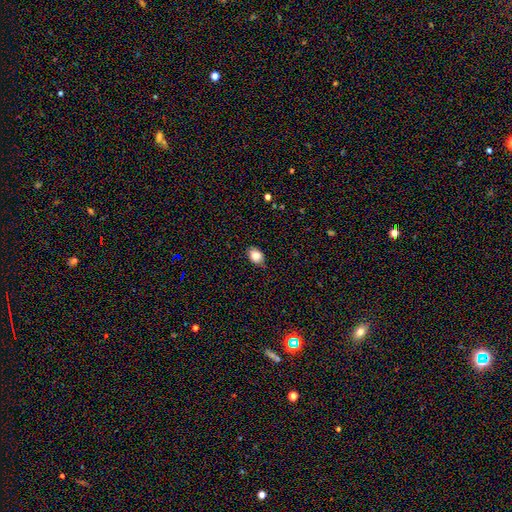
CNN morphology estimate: This is clearly a smooth galaxy (83%). How rounded: likely in between (70%). Merging: likely none (79%).